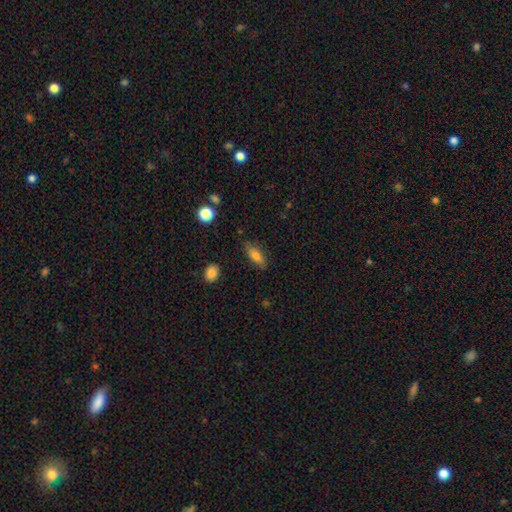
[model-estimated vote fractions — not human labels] Overall: smooth (75%). How rounded: in between (77%). Merging: none (79%).